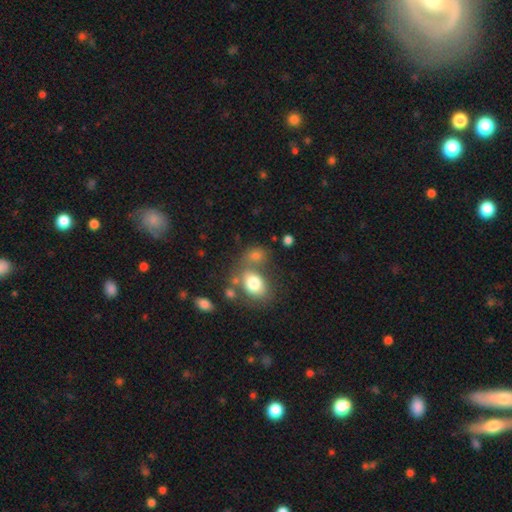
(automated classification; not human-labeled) Smooth or featured? Predicted: smooth (p=0.76). How rounded? Predicted: in between (p=0.64). Merging? Predicted: none (p=0.42).